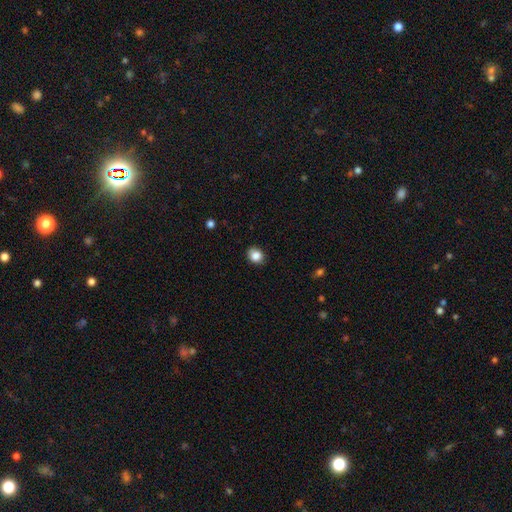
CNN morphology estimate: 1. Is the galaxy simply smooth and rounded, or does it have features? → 85% smooth, 10% star or artifact, 6% featured or disk.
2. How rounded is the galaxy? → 64% round, 35% in between, 1% cigar-shaped.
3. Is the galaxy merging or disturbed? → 86% none, 11% minor disturbance, 2% major disturbance, 1% merger.